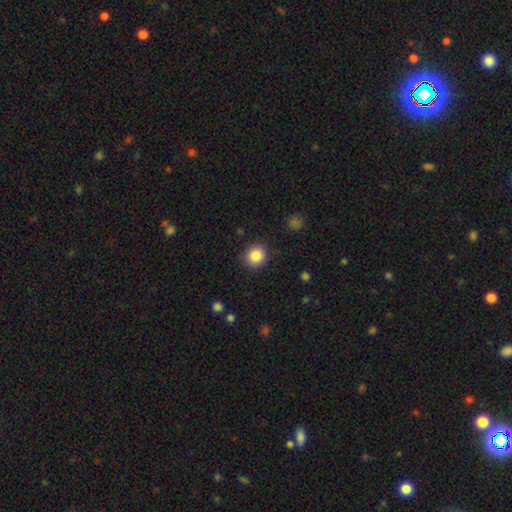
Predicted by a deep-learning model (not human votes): Smooth or featured? smooth (85%)
How rounded? round (87%)
Merging? none (89%)